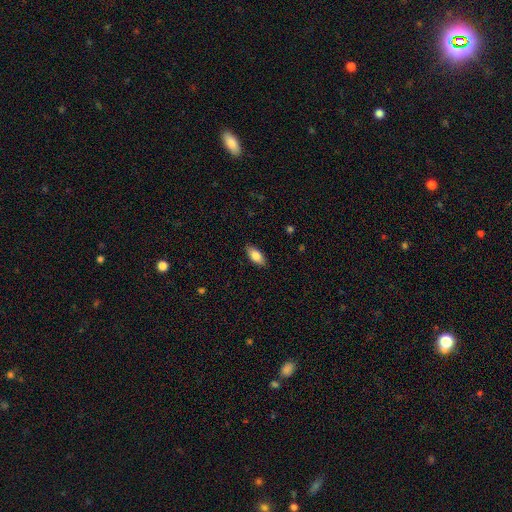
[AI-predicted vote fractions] smooth_or_featured: smooth (p=0.82) [alt: featured or disk p=0.12]
how_rounded: in between (p=0.88) [alt: cigar-shaped p=0.10]
merging: none (p=0.87) [alt: minor disturbance p=0.10]